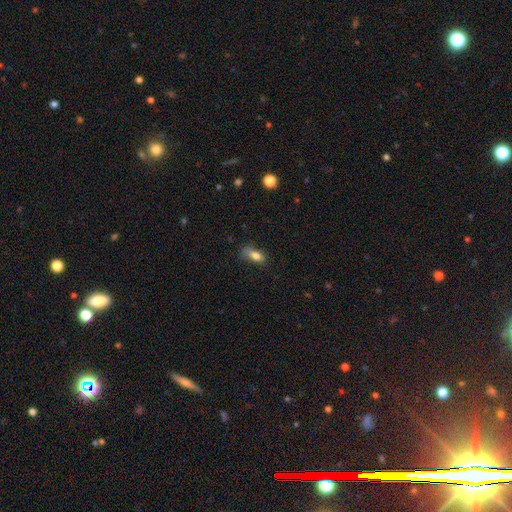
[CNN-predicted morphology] Q: Smooth or featured?
A: smooth (77%); runner-up: featured or disk (14%)
Q: How rounded?
A: in between (79%); runner-up: cigar-shaped (13%)
Q: Merging?
A: none (39%); runner-up: minor disturbance (34%)